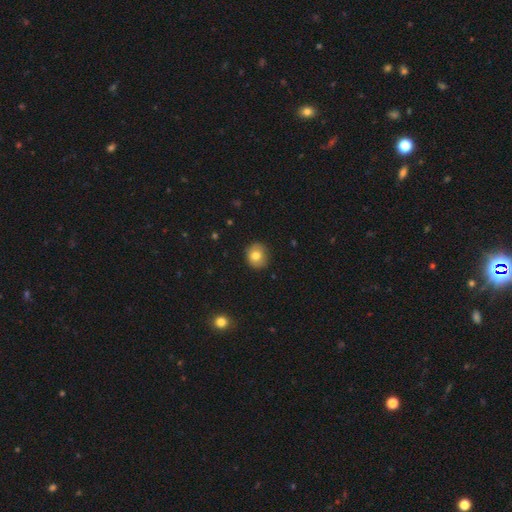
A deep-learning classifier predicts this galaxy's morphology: This is likely a smooth galaxy (78%). How rounded: clearly round (83%). Merging: clearly none (84%).